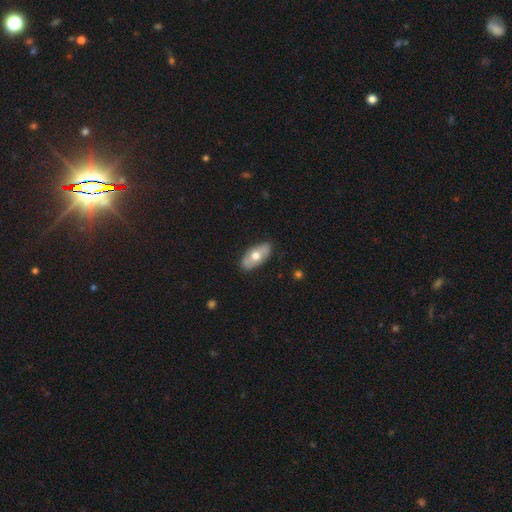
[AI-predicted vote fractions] Smooth or featured?
  - smooth: 55% *
  - featured or disk: 40%
  - star or artifact: 5%
How rounded?
  - in between: 91% *
  - cigar-shaped: 5%
  - round: 4%
Merging?
  - none: 83% *
  - minor disturbance: 13%
  - major disturbance: 2%
  - merger: 1%